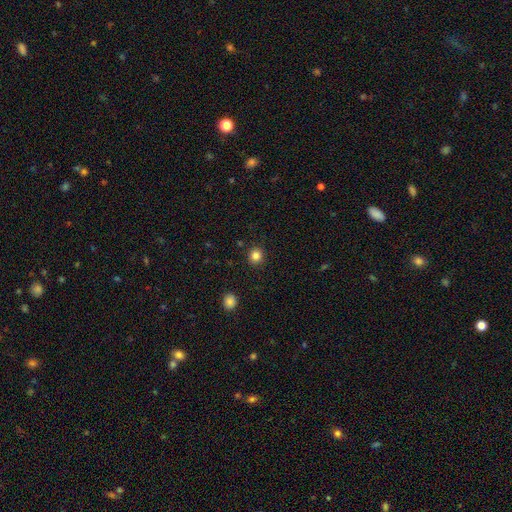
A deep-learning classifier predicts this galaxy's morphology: type=smooth (84%); roundness=round (88%); merging=none (91%).